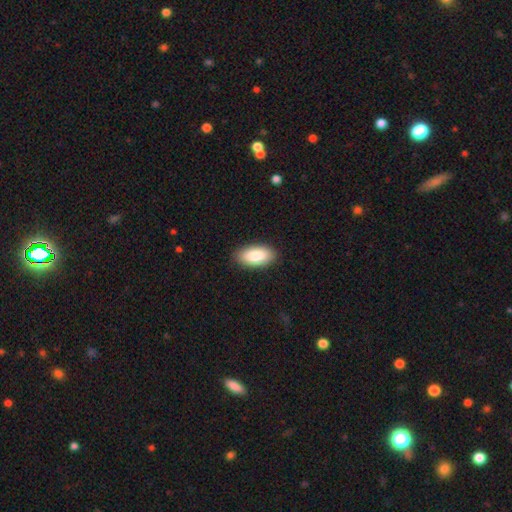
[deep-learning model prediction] smooth_or_featured: smooth (p=0.87) [alt: featured or disk p=0.07]
how_rounded: in between (p=0.93) [alt: cigar-shaped p=0.05]
merging: none (p=0.88) [alt: minor disturbance p=0.09]